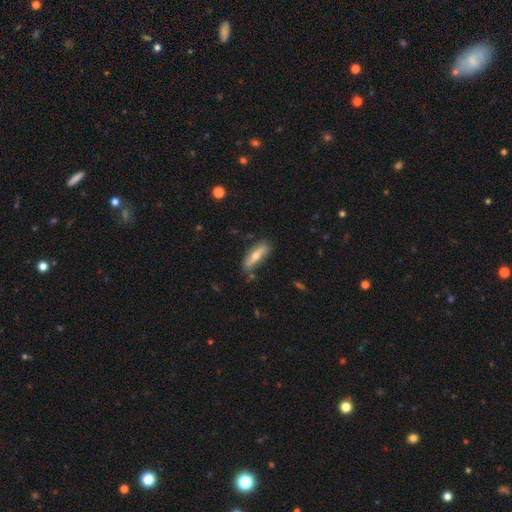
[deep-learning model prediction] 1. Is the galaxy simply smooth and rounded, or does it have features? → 50% featured or disk, 44% smooth, 6% star or artifact.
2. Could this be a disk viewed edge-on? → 67% yes, 33% no.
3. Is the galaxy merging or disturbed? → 77% none, 17% minor disturbance, 4% major disturbance, 3% merger.